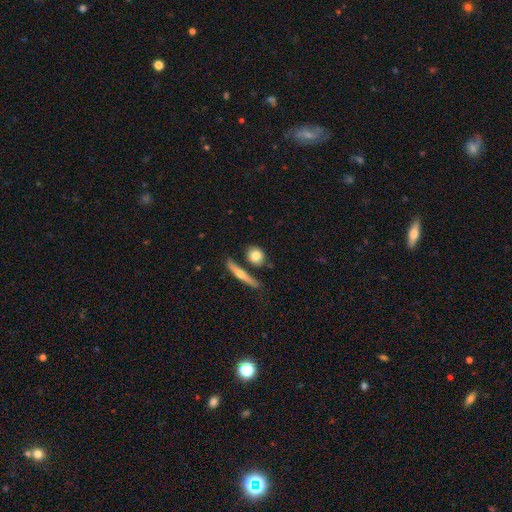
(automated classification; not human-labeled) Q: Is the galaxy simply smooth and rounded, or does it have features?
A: smooth — 76%.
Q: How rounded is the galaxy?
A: round — 59%.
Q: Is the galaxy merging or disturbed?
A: none — 70%.